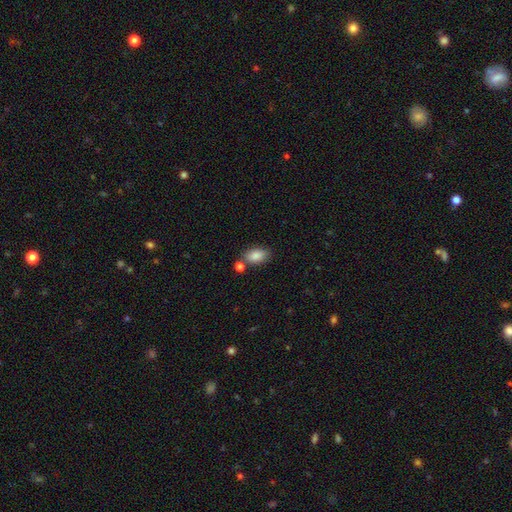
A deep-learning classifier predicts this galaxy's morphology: type=smooth (87%); roundness=in between (91%); merging=none (70%).